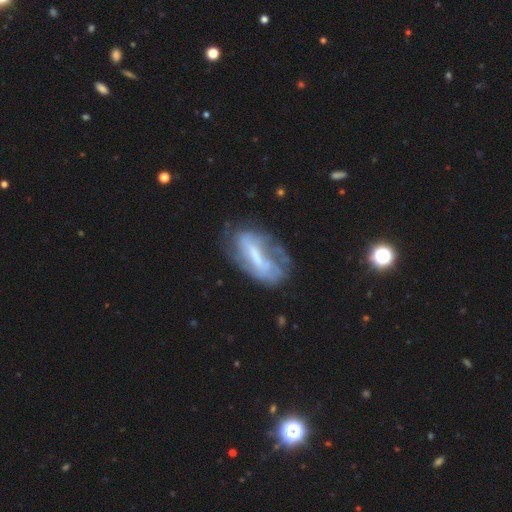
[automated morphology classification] A featured or disk galaxy (71%) with a strong bar (45%), spiral arms (65%) and a small central bulge (35%).

Vote fractions:
- Smooth or featured? featured or disk: 71% / smooth: 21% / star or artifact: 8%
- Edge-on disk? no: 91% / yes: 9%
- Bar? strong: 45% / weak: 35% / no: 20%
- Spiral arms? yes: 65% / no: 35%
- Bulge size? small: 35% / moderate: 33% / none: 23% / large: 8% / dominant: 2%
- Merging? none: 53% / minor disturbance: 24% / major disturbance: 19% / merger: 4%